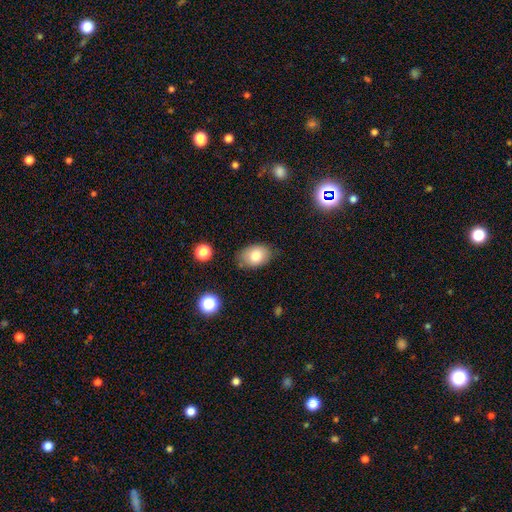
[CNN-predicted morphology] Smooth or featured?
  - smooth: 81% *
  - featured or disk: 10%
  - star or artifact: 9%
How rounded?
  - in between: 81% *
  - round: 18%
  - cigar-shaped: 1%
Merging?
  - none: 76% *
  - minor disturbance: 18%
  - major disturbance: 4%
  - merger: 3%